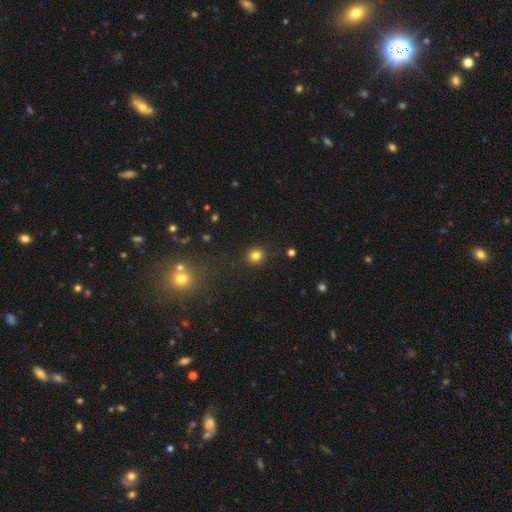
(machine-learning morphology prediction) type=smooth (82%); roundness=round (84%); merging=none (90%).